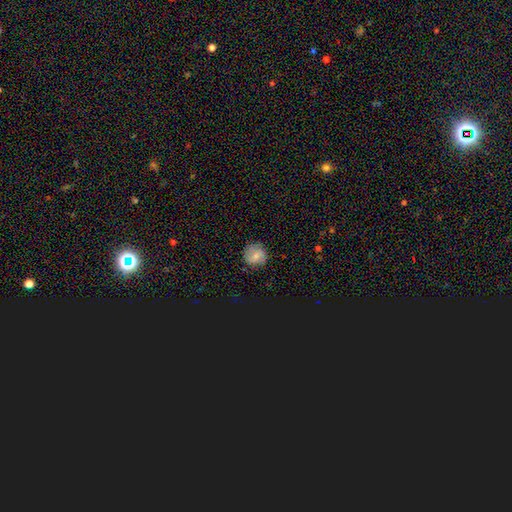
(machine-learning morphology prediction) A smooth galaxy with no disk features (57%) that is round (88%). Merging: none (78%).